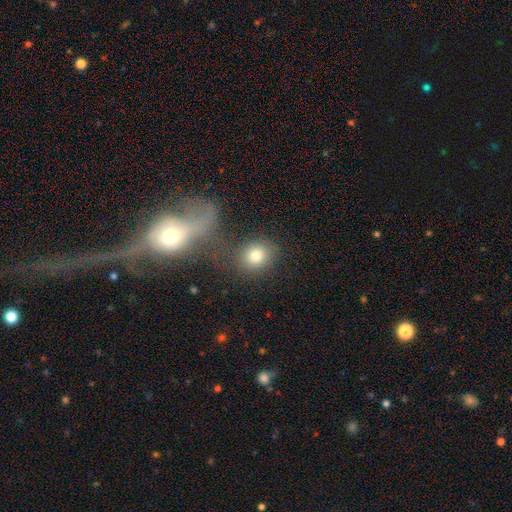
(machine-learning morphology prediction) Q: Smooth or featured?
A: smooth (78%); runner-up: star or artifact (12%)
Q: How rounded?
A: round (73%); runner-up: in between (26%)
Q: Merging?
A: none (73%); runner-up: minor disturbance (11%)